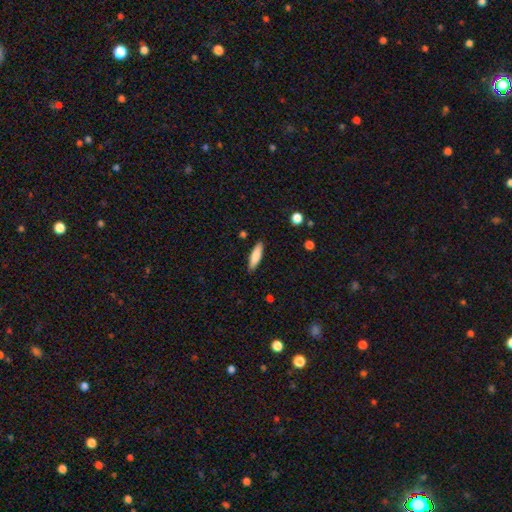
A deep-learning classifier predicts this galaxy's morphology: This appears to be a smooth galaxy with no disk features (82%) that is cigar-shaped (63%). Merging: none (89%).